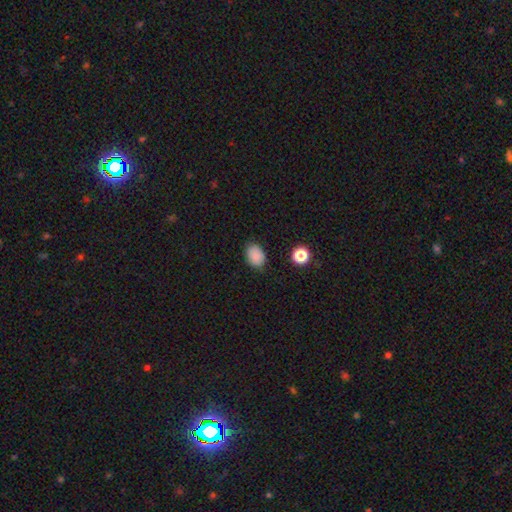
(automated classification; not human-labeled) Smooth or featured? Predicted: smooth (p=0.87). How rounded? Predicted: in between (p=0.73). Merging? Predicted: none (p=0.83).